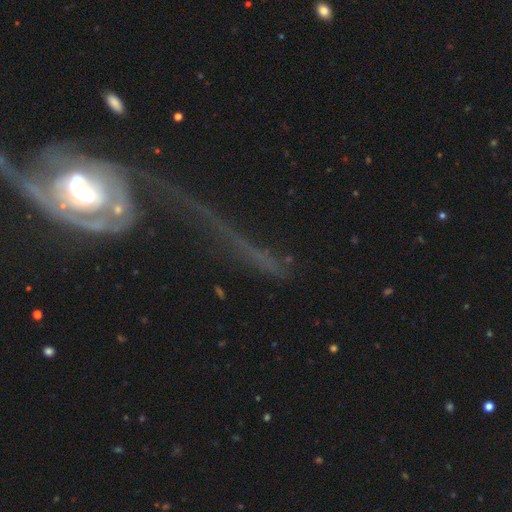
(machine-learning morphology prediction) Q: Smooth or featured?
A: featured or disk (62%); runner-up: star or artifact (20%)
Q: Edge-on disk?
A: no (75%); runner-up: yes (25%)
Q: Merging?
A: major disturbance (39%); runner-up: none (30%)